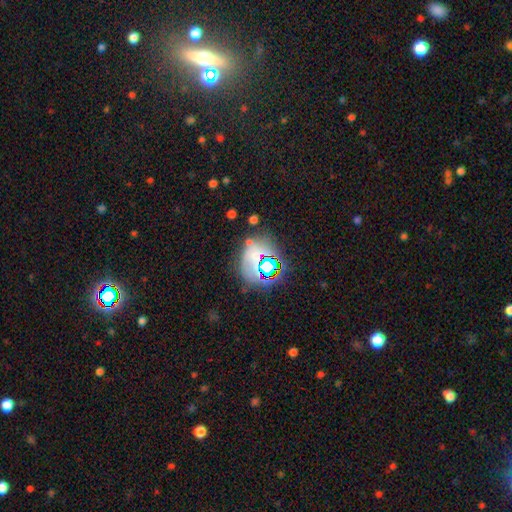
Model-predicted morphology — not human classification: A smooth galaxy with no disk features (43%). Merging: none (58%).